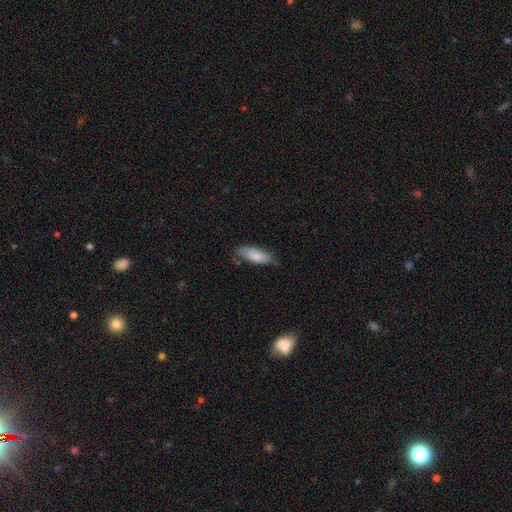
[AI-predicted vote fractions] A smooth galaxy with no disk features (80%) that is in between round and cigar-shaped (70%). Merging: none (66%).